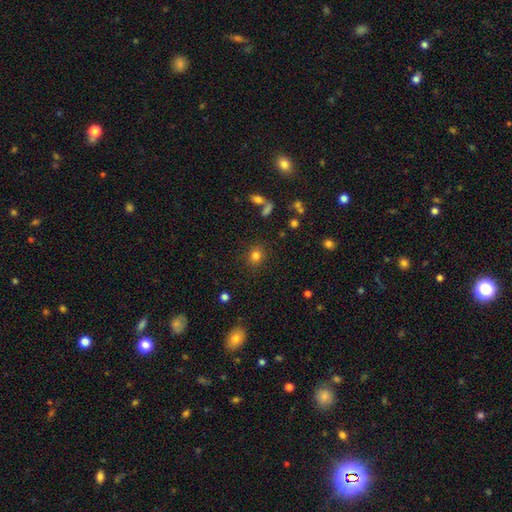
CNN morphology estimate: Smooth or featured?
  - smooth: 80% *
  - star or artifact: 13%
  - featured or disk: 6%
How rounded?
  - round: 73% *
  - in between: 26%
  - cigar-shaped: 1%
Merging?
  - none: 85% *
  - minor disturbance: 9%
  - major disturbance: 3%
  - merger: 3%